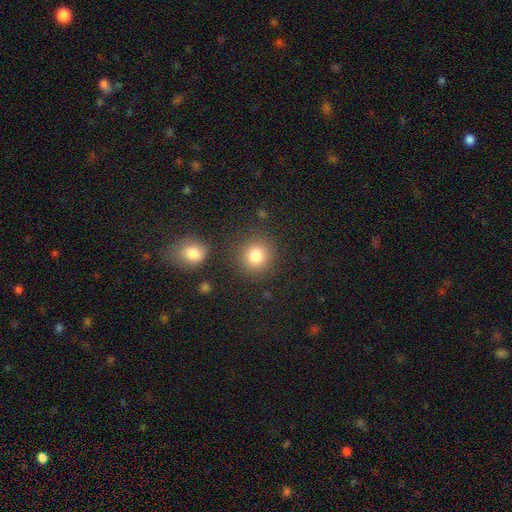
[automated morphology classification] Smooth or featured?
  - smooth: 82% *
  - star or artifact: 11%
  - featured or disk: 7%
How rounded?
  - round: 91% *
  - in between: 8%
  - cigar-shaped: 1%
Merging?
  - none: 84% *
  - minor disturbance: 8%
  - merger: 5%
  - major disturbance: 3%